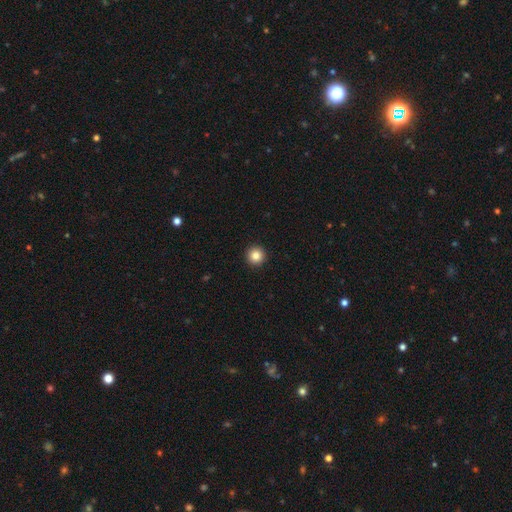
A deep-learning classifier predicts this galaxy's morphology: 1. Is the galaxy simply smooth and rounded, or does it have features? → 84% smooth, 10% star or artifact, 5% featured or disk.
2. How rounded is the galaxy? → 96% round, 3% in between, 1% cigar-shaped.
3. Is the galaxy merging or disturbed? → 94% none, 4% minor disturbance, 1% major disturbance, 1% merger.